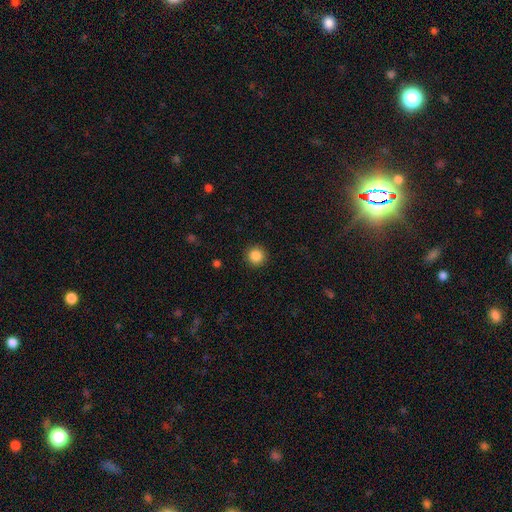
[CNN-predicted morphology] Q: Smooth or featured?
A: smooth (86%); runner-up: star or artifact (10%)
Q: How rounded?
A: round (95%); runner-up: in between (4%)
Q: Merging?
A: none (92%); runner-up: minor disturbance (5%)